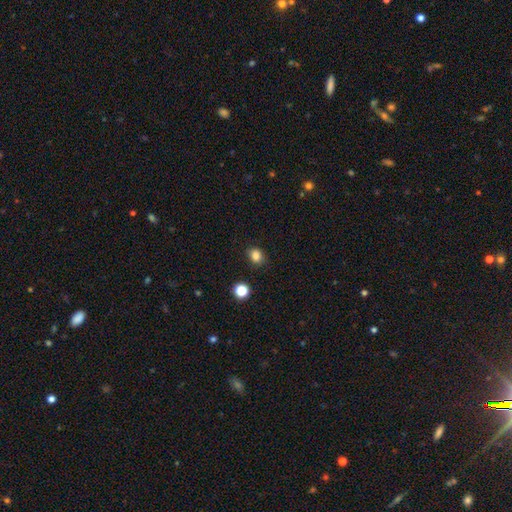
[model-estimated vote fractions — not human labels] Smooth or featured?
  - smooth: 84% *
  - star or artifact: 12%
  - featured or disk: 4%
How rounded?
  - round: 59% *
  - in between: 40%
  - cigar-shaped: 1%
Merging?
  - none: 84% *
  - minor disturbance: 11%
  - major disturbance: 3%
  - merger: 2%